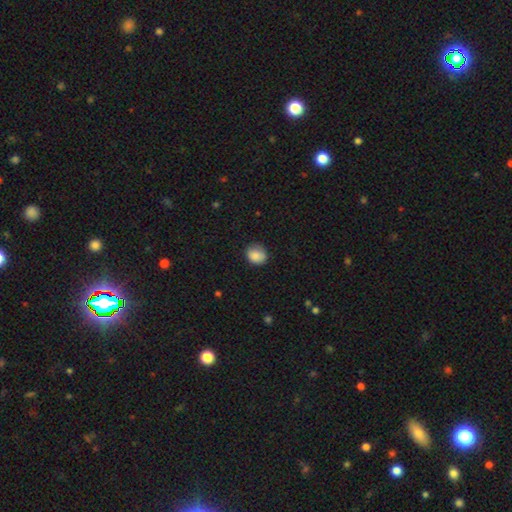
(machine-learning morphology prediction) smooth-or-featured: smooth: 86% | star or artifact: 8% | featured or disk: 5%
  how-rounded: round: 70% | in between: 29% | cigar-shaped: 1%
  merging: none: 76% | minor disturbance: 19% | major disturbance: 4% | merger: 1%